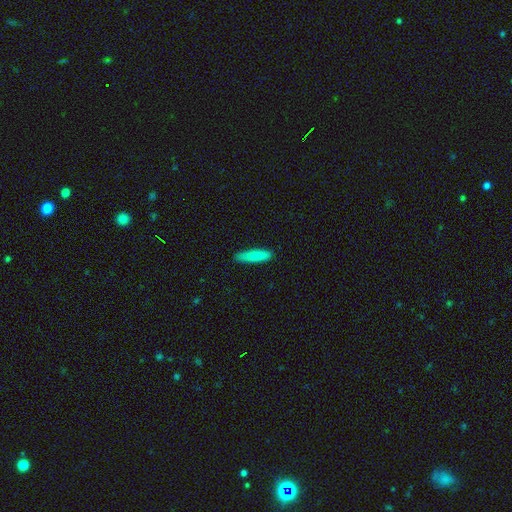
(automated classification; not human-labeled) Q: Smooth or featured?
A: smooth (81%); runner-up: featured or disk (13%)
Q: How rounded?
A: cigar-shaped (78%); runner-up: in between (21%)
Q: Merging?
A: none (87%); runner-up: minor disturbance (10%)